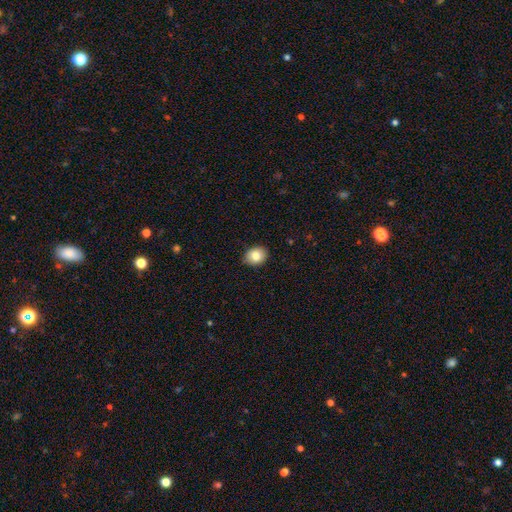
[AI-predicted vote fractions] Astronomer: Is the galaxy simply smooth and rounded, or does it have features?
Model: smooth — 82%.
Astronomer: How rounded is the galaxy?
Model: in between — 50% (runner-up: round, 49%).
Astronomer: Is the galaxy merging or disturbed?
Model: none — 88%.